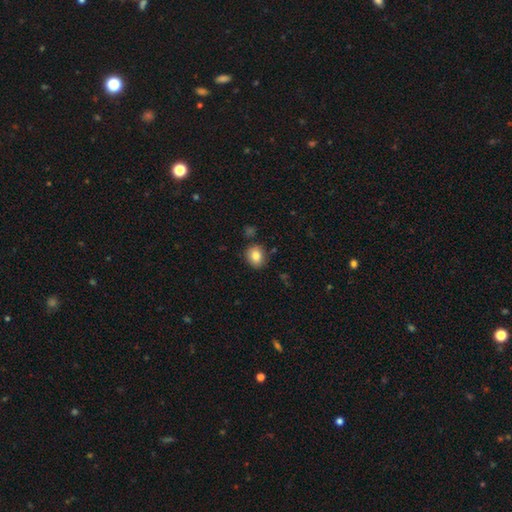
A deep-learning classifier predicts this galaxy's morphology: type=smooth (83%); roundness=round (65%); merging=none (84%).